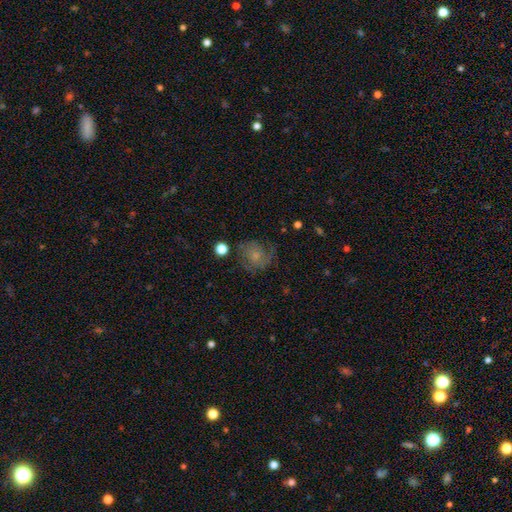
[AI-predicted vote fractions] Smooth or featured? smooth (48%)
Merging? none (57%)